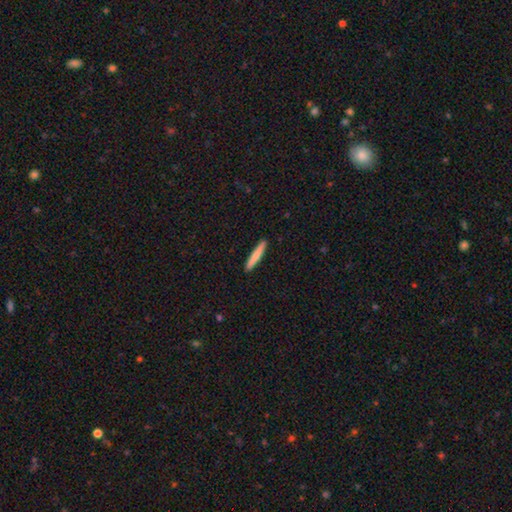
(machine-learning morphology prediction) Smooth or featured: smooth — 79% (featured or disk — 16%)
How rounded: cigar-shaped — 95% (in between — 4%)
Merging: none — 92% (minor disturbance — 6%)